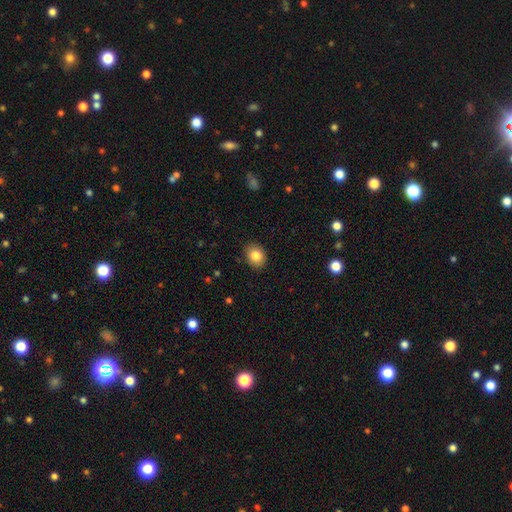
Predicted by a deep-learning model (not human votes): A smooth galaxy with no disk features (84%) that is in between round and cigar-shaped (52%).

Vote fractions:
- Smooth or featured? smooth: 84% / star or artifact: 9% / featured or disk: 7%
- How rounded? in between: 52% / round: 47% / cigar-shaped: 1%
- Merging? none: 88% / minor disturbance: 9% / major disturbance: 2% / merger: 1%